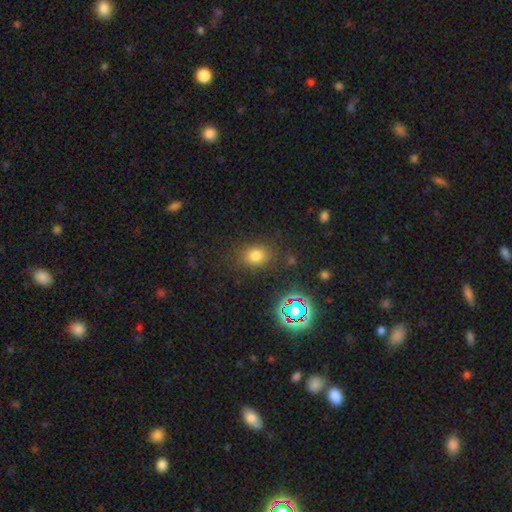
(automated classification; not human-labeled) smooth-or-featured: smooth: 72% | star or artifact: 20% | featured or disk: 8%
  how-rounded: in between: 54% | round: 45% | cigar-shaped: 2%
  merging: none: 82% | minor disturbance: 11% | major disturbance: 4% | merger: 3%